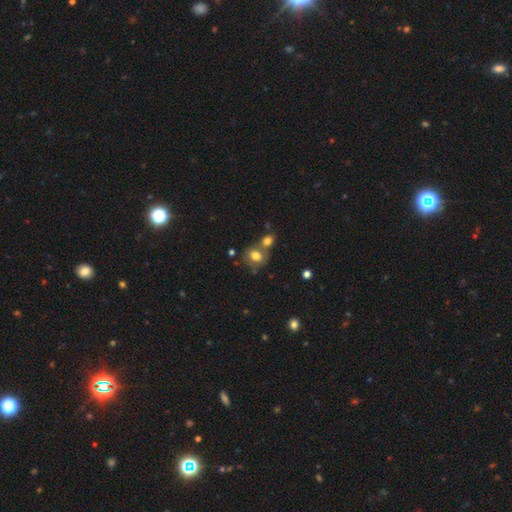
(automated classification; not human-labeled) The model was most divided on "merging": none: 49%, merger: 35%, minor disturbance: 11%, major disturbance: 4%. More confident: smooth or featured — smooth (76%); how rounded — round (68%).